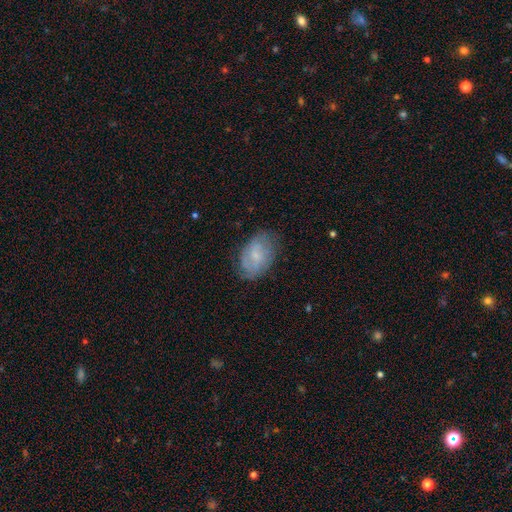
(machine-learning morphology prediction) Smooth or featured?
  - smooth: 50% *
  - featured or disk: 42%
  - star or artifact: 8%
How rounded?
  - in between: 89% *
  - round: 10%
  - cigar-shaped: 1%
Merging?
  - none: 70% *
  - minor disturbance: 22%
  - major disturbance: 7%
  - merger: 1%